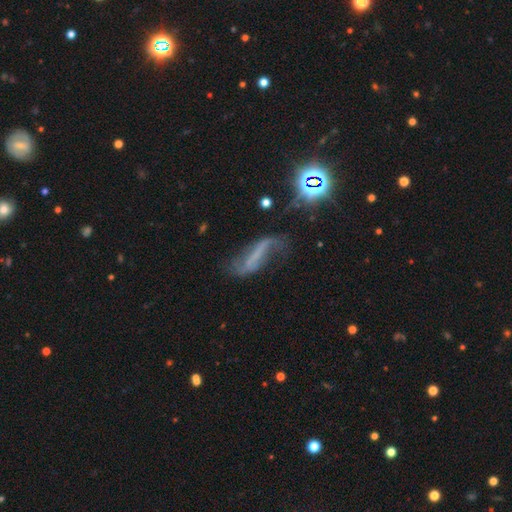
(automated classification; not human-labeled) The model was most divided on "merging": none: 45%, major disturbance: 26%, minor disturbance: 24%, merger: 6%. More confident: edge-on disk — no (82%); smooth or featured — featured or disk (56%).